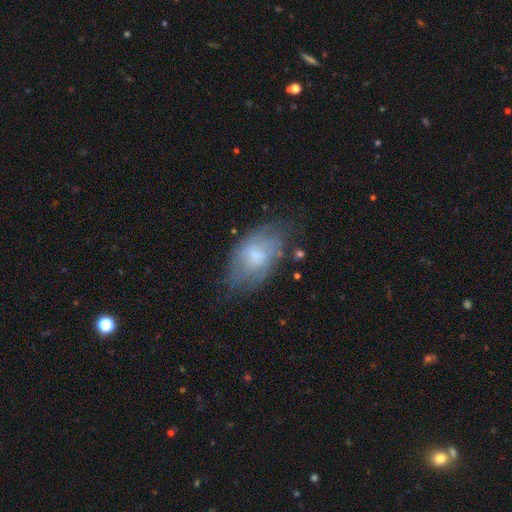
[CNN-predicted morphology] The model was most divided on "smooth or featured" (2-way tie): smooth: 46%, featured or disk: 46%, star or artifact: 8%. More confident: merging — none (58%).